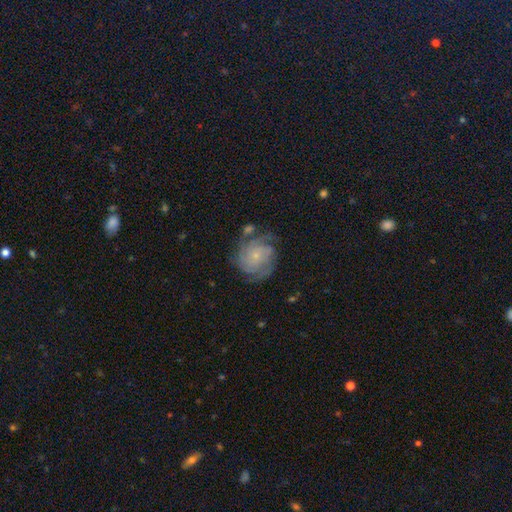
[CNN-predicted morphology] Smooth or featured?
  - featured or disk: 77% *
  - smooth: 16%
  - star or artifact: 7%
Edge-on disk?
  - no: 98% *
  - yes: 2%
Bar?
  - no: 78% *
  - weak: 19%
  - strong: 3%
Spiral arms?
  - yes: 94% *
  - no: 6%
Spiral winding?
  - tight: 57% *
  - medium: 33%
  - loose: 10%
Spiral arm count?
  - 3: 29% *
  - can't tell: 25%
  - 4: 17%
  - 2: 17%
  - more than 4: 6%
  - 1: 6%
Bulge size?
  - small: 80% *
  - moderate: 12%
  - none: 6%
  - large: 1%
  - dominant: 1%
Merging?
  - none: 65% *
  - minor disturbance: 19%
  - major disturbance: 11%
  - merger: 5%